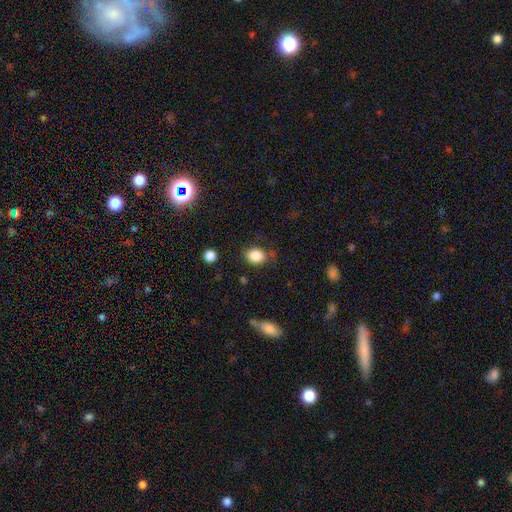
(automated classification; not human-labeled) The model was most divided on "how rounded": in between: 60%, round: 38%, cigar-shaped: 1%. More confident: smooth or featured — smooth (86%); merging — none (73%).